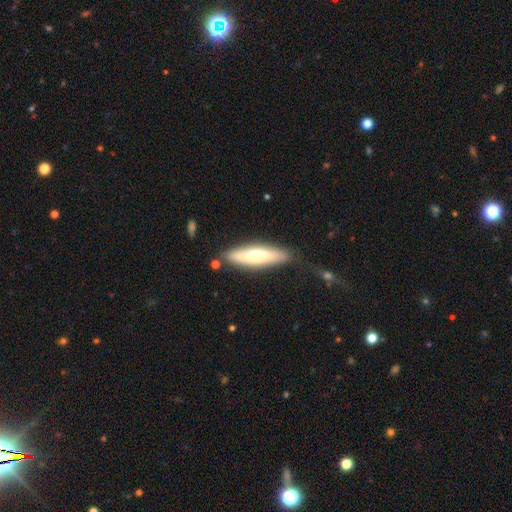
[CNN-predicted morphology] Overall: smooth (51%; featured or disk 43%). How rounded: cigar-shaped (65%; in between 34%). Merging: none (79%).